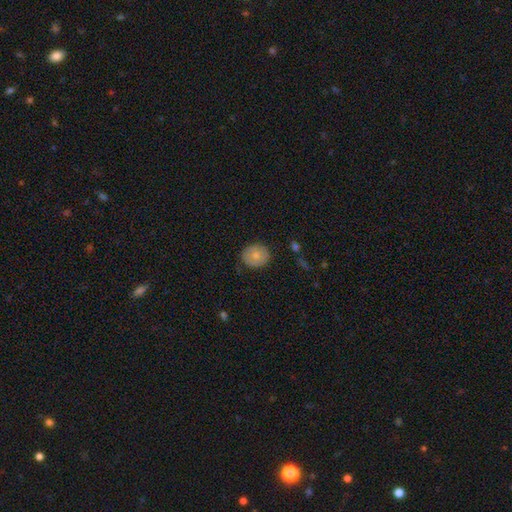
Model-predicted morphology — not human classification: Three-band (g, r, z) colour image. It shows a smooth galaxy with no disk features (71%) that is round (72%). Merging: none (82%).